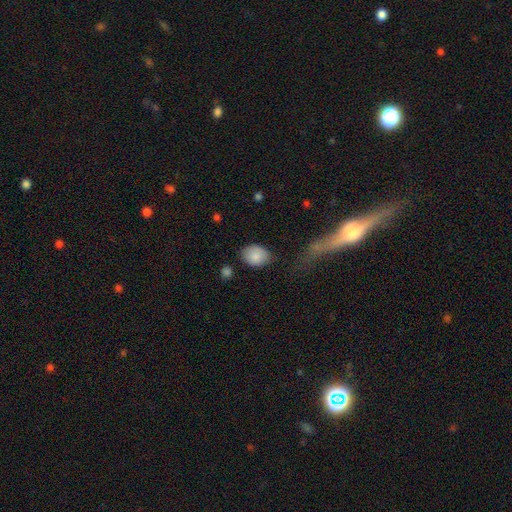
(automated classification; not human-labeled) Overall: smooth (87%). How rounded: in between (64%; round 35%). Merging: none (77%).